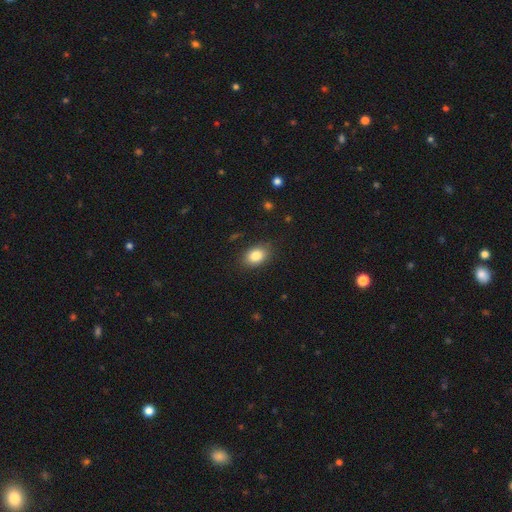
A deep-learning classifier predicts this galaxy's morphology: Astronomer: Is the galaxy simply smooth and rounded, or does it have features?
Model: smooth — 83%.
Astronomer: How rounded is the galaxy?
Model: in between — 76%.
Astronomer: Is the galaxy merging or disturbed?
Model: none — 84%.